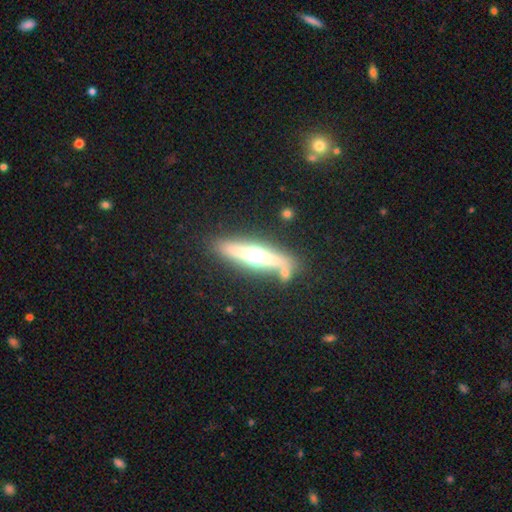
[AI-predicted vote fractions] This is likely a featured or disk galaxy (70%). It is clearly viewed edge-on (95%). Edge-on bulge: clearly rounded (93%). Merging: likely none (77%).